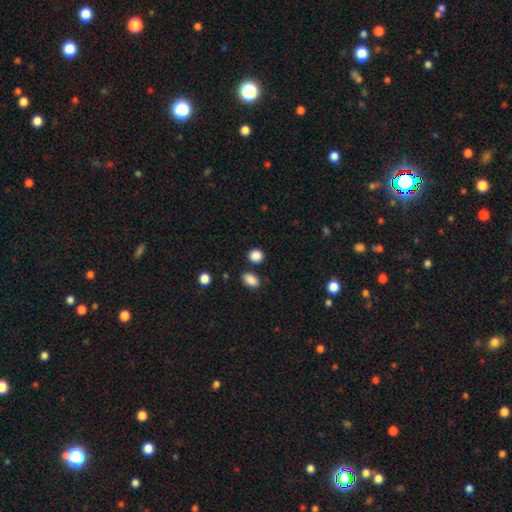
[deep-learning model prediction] This appears to be a smooth galaxy with no disk features (87%) that is round (76%). Merging: none (83%).